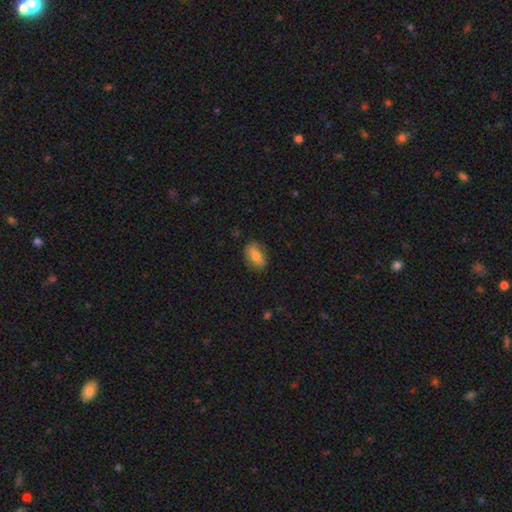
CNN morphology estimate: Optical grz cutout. It shows a smooth galaxy with no disk features (76%) that is in between round and cigar-shaped (87%). Merging: none (80%).